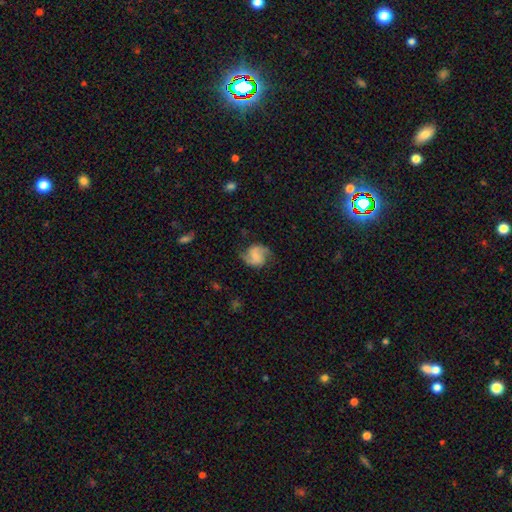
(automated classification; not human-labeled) Smooth or featured?
  - featured or disk: 74% *
  - smooth: 20%
  - star or artifact: 7%
Edge-on disk?
  - no: 98% *
  - yes: 2%
Bar?
  - no: 47% *
  - weak: 42%
  - strong: 11%
Spiral arms?
  - yes: 96% *
  - no: 4%
Spiral winding?
  - medium: 49% *
  - loose: 29%
  - tight: 22%
Spiral arm count?
  - 2: 90% *
  - can't tell: 4%
  - 1: 2%
  - 3: 2%
  - 4: 1%
  - more than 4: 1%
Bulge size?
  - small: 40% *
  - none: 30%
  - moderate: 24%
  - large: 4%
  - dominant: 1%
Merging?
  - none: 74% *
  - minor disturbance: 18%
  - major disturbance: 7%
  - merger: 1%